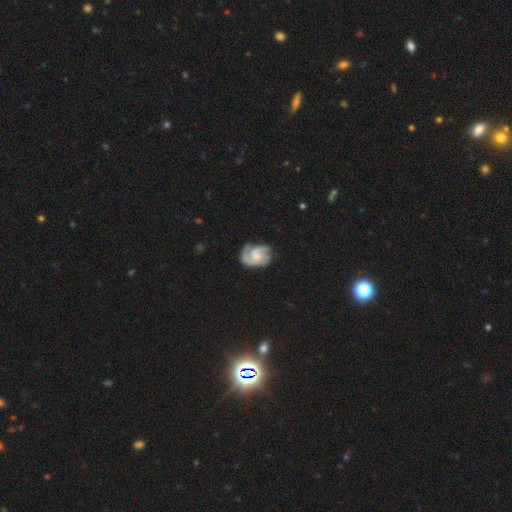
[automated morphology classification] This appears to be a featured or disk galaxy (81%) with no bar (65%), 2 (50%) medium (45%) spiral arms (96%) and a small central bulge (49%). Merging: none (64%).